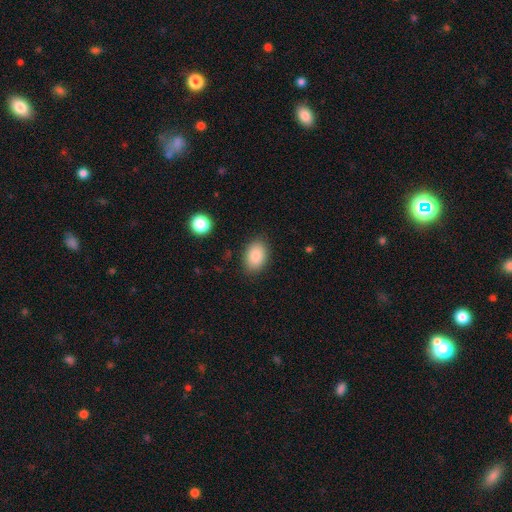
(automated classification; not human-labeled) smooth 86%, star or artifact 8%, featured or disk 6%. Down the decision tree: how rounded — in between (82%); merging — none (85%).